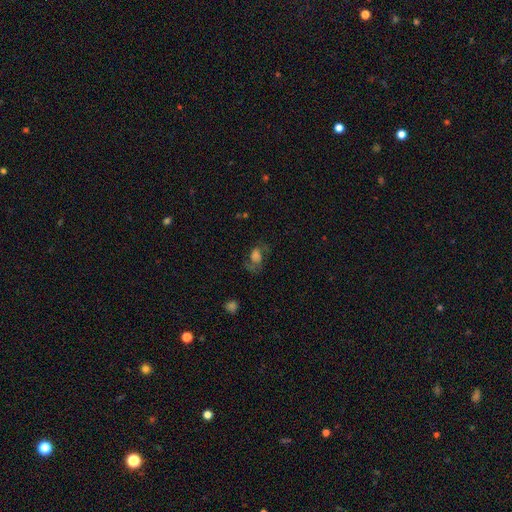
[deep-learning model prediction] Smooth or featured? Predicted: featured or disk (p=0.45). Merging? Predicted: none (p=0.49).